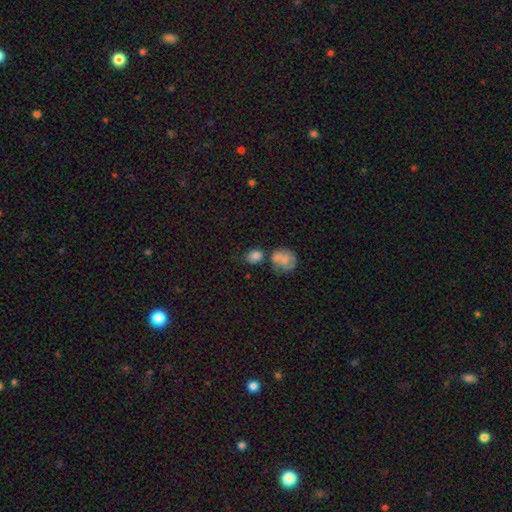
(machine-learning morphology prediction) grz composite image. It shows a smooth galaxy with no disk features (81%) that is in between round and cigar-shaped (52%). Merging: none (46%).